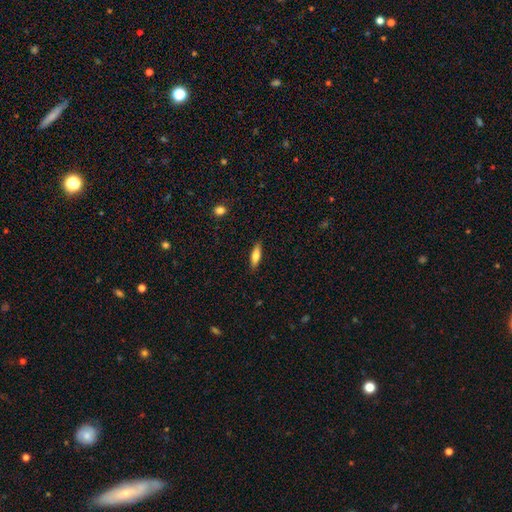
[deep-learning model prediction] A smooth galaxy with no disk features (73%) that is cigar-shaped (57%).

Vote fractions:
- Smooth or featured? smooth: 73% / featured or disk: 20% / star or artifact: 6%
- How rounded? cigar-shaped: 57% / in between: 41% / round: 2%
- Merging? none: 86% / minor disturbance: 10% / major disturbance: 2% / merger: 1%